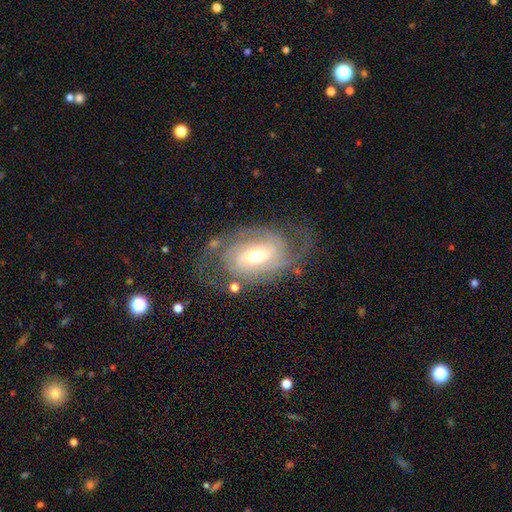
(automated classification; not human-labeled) A featured or disk galaxy (83%) with a weak bar (41%), 2 (55%) tight (55%) spiral arms (93%) and a moderate central bulge (53%). Merging: none (67%).